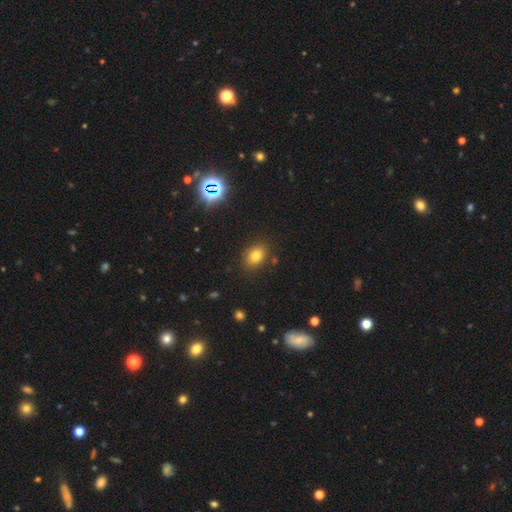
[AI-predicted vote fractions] smooth_or_featured: smooth (p=0.79) [alt: star or artifact p=0.13]
how_rounded: in between (p=0.74) [alt: round p=0.24]
merging: none (p=0.84) [alt: minor disturbance p=0.10]